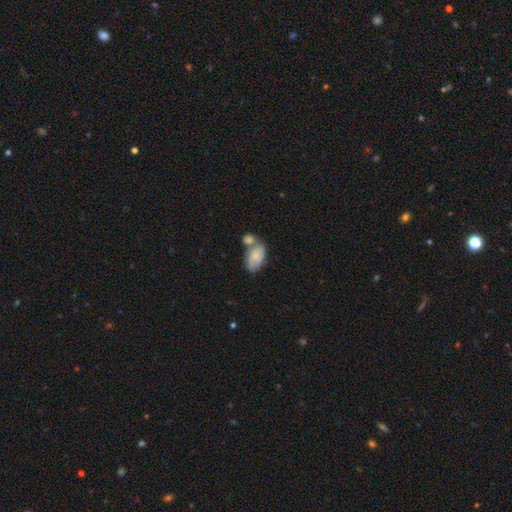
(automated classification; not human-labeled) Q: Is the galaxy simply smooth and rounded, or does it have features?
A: smooth — 68%.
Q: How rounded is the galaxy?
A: in between — 92%.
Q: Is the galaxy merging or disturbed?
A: merger — 50%.